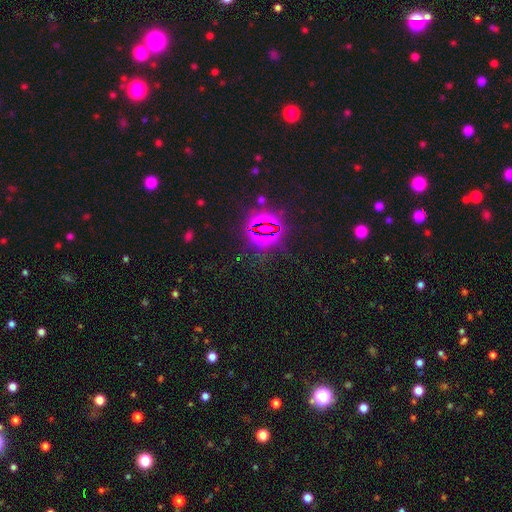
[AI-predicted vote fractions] Overall: star or artifact (69%).